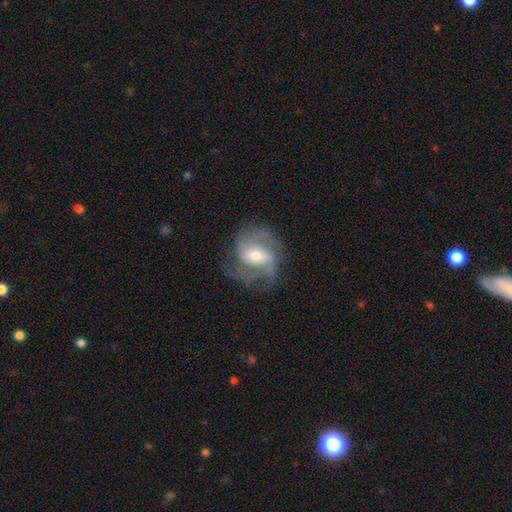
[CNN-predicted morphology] smooth_or_featured: featured or disk (p=0.87) [alt: smooth p=0.08]
disk_edge_on: no (p=0.97) [alt: yes p=0.03]
bar: weak (p=0.46) [alt: strong p=0.31]
has_spiral_arms: yes (p=0.96) [alt: no p=0.04]
spiral_winding: medium (p=0.53) [alt: loose p=0.24]
spiral_arm_count: 2 (p=0.40) [alt: 3 p=0.37]
bulge_size: moderate (p=0.59) [alt: small p=0.35]
merging: none (p=0.69) [alt: minor disturbance p=0.18]